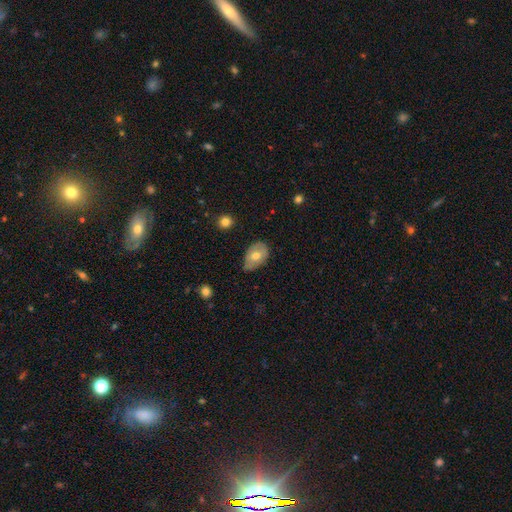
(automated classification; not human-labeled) A smooth galaxy with no disk features (66%) that is in between round and cigar-shaped (87%). Merging: none (59%).